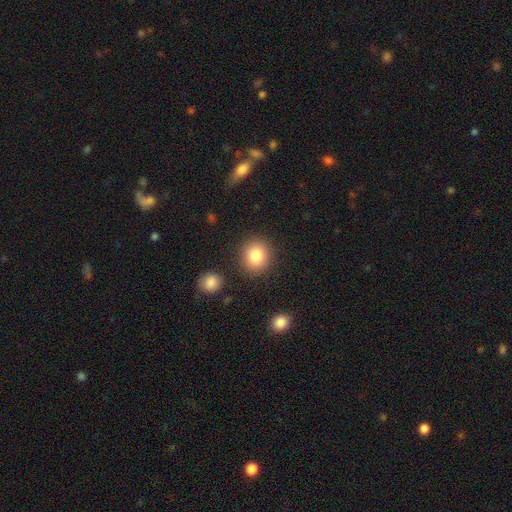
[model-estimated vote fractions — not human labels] Smooth or featured? smooth (85%)
How rounded? round (80%)
Merging? none (86%)